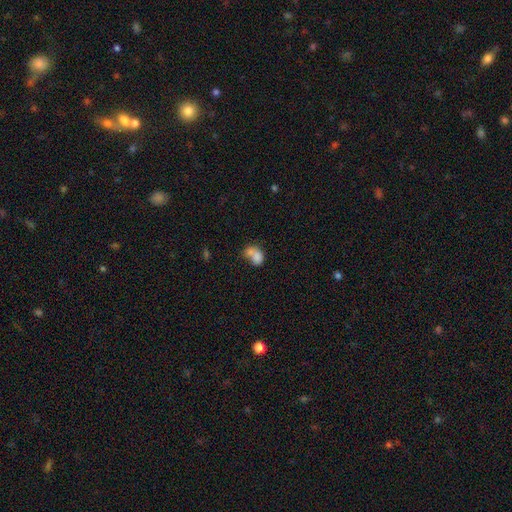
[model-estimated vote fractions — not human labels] Smooth or featured: smooth — 76% (featured or disk — 14%)
How rounded: in between — 66% (round — 33%)
Merging: merger — 63% (none — 19%)